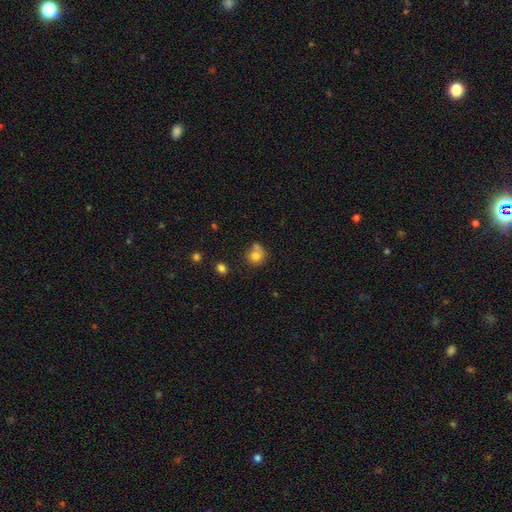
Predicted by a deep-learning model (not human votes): A smooth galaxy with no disk features (76%) that is round (80%). Merging: none (46%).